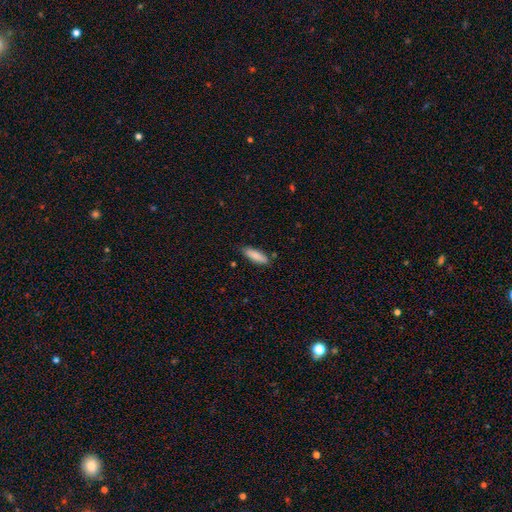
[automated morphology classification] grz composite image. It shows a smooth galaxy with no disk features (86%) that is in between round and cigar-shaped (50%). Merging: none (82%).